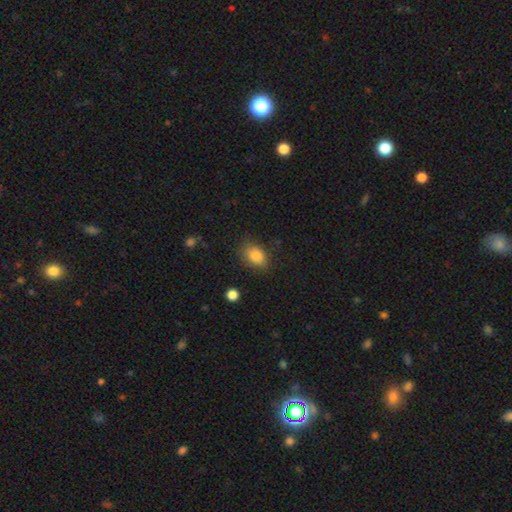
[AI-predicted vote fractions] Overall: smooth (84%). How rounded: in between (71%). Merging: none (77%).